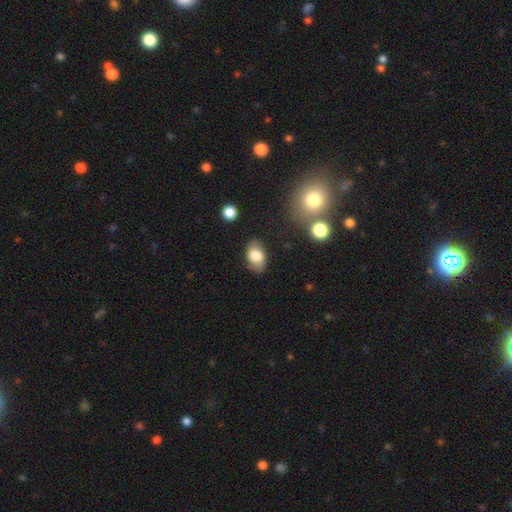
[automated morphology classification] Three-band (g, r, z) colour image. It shows a smooth galaxy with no disk features (74%) that is in between round and cigar-shaped (89%). Merging: none (79%).